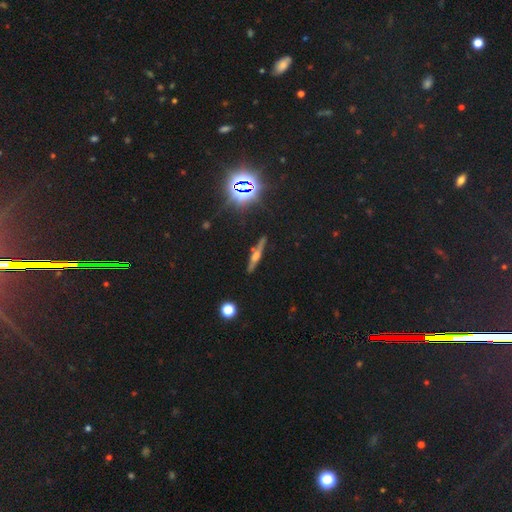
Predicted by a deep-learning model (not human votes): A featured or disk galaxy (56%) viewed edge-on (94%) with a rounded central bulge (77%). Merging: none (84%).